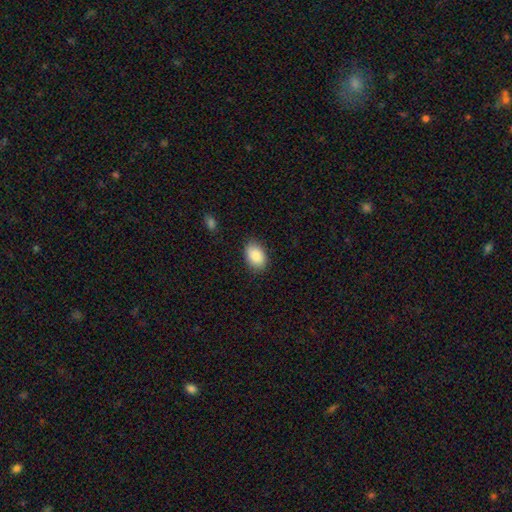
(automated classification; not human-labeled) Smooth or featured?
  - smooth: 89% *
  - star or artifact: 6%
  - featured or disk: 5%
How rounded?
  - in between: 87% *
  - round: 12%
  - cigar-shaped: 1%
Merging?
  - none: 84% *
  - minor disturbance: 12%
  - major disturbance: 3%
  - merger: 1%